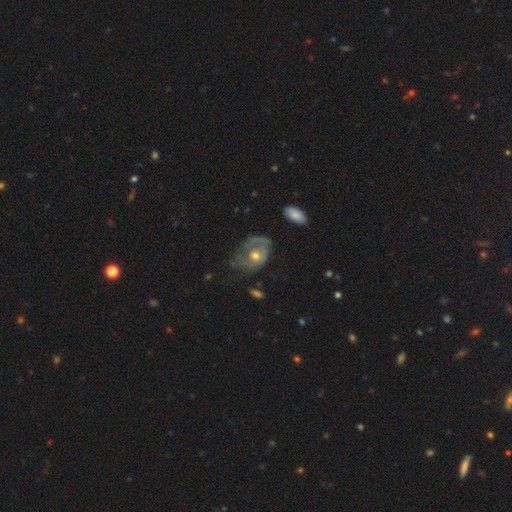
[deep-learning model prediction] The model was most divided on "merging": none: 38%, major disturbance: 32%, minor disturbance: 27%, merger: 3%. More confident: edge-on disk — no (96%); bar — no (81%); smooth or featured — featured or disk (61%); bulge size — moderate (59%); spiral arms — yes (55%).